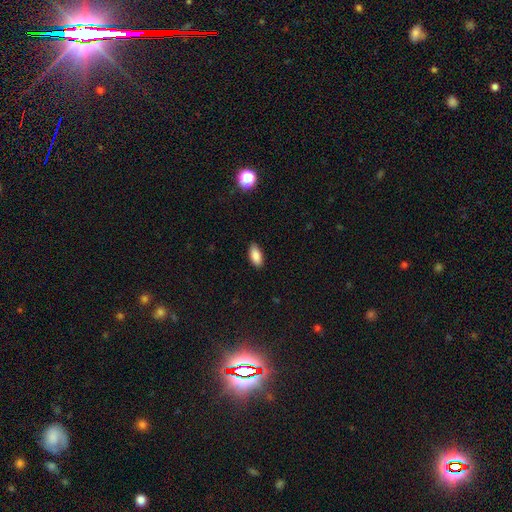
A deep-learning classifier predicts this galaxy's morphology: type=smooth (87%); roundness=in between (89%); merging=none (87%).